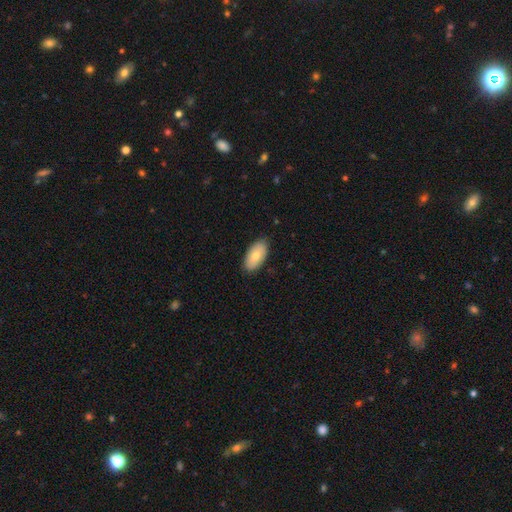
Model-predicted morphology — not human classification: The model was most divided on "smooth or featured": smooth: 74%, featured or disk: 20%, star or artifact: 6%. More confident: how rounded — in between (95%); merging — none (86%).